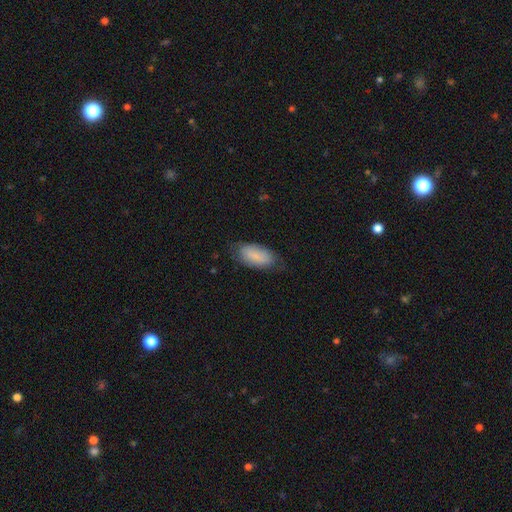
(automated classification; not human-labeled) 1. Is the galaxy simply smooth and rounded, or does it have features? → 80% smooth, 14% featured or disk, 6% star or artifact.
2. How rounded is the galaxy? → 92% in between, 6% cigar-shaped, 3% round.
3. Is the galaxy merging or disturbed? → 69% none, 24% minor disturbance, 6% major disturbance, 1% merger.